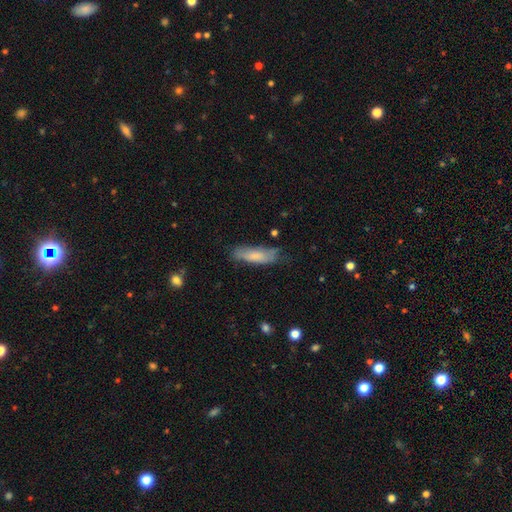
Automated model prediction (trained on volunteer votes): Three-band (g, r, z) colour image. It shows a smooth galaxy with no disk features (75%) that is cigar-shaped (54%). Merging: none (63%).